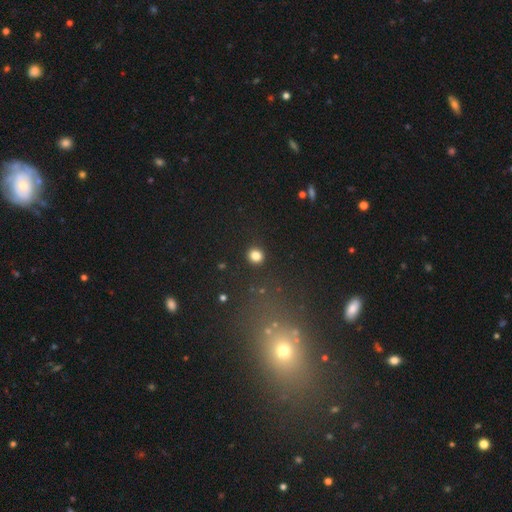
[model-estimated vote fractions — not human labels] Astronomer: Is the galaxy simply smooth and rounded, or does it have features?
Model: smooth — 83%.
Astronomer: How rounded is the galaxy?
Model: round — 90%.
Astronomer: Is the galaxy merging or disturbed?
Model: none — 92%.